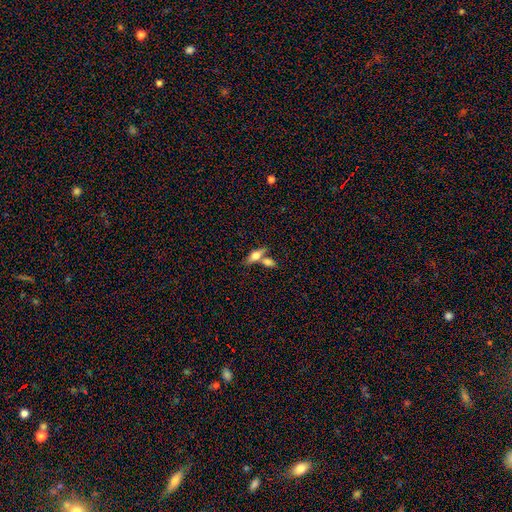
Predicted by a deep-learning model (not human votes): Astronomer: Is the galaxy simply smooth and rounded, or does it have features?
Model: smooth — 58% (runner-up: featured or disk, 34%).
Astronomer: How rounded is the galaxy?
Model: in between — 63%.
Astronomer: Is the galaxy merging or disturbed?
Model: none — 44% (runner-up: merger, 42%).